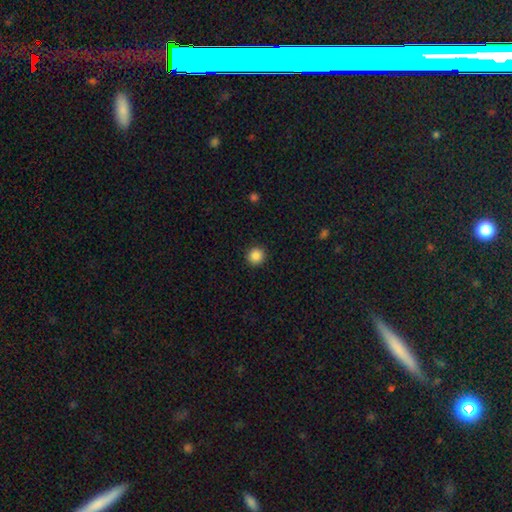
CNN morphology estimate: The model was most divided on "smooth or featured": smooth: 87%, star or artifact: 10%, featured or disk: 3%. More confident: how rounded — round (94%); merging — none (93%).